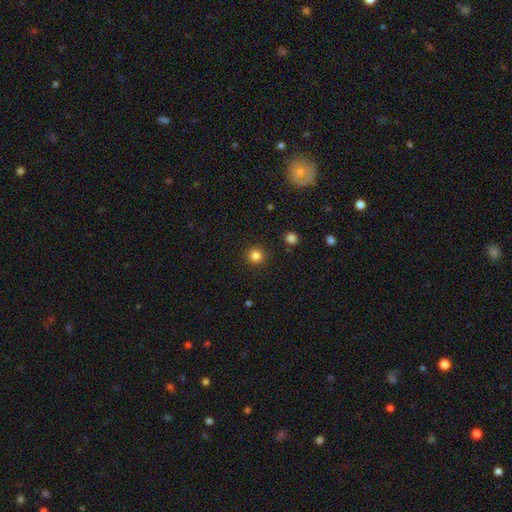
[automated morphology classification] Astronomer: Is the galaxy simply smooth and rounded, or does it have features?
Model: smooth — 83%.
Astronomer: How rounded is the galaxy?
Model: round — 94%.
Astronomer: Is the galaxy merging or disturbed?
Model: none — 91%.